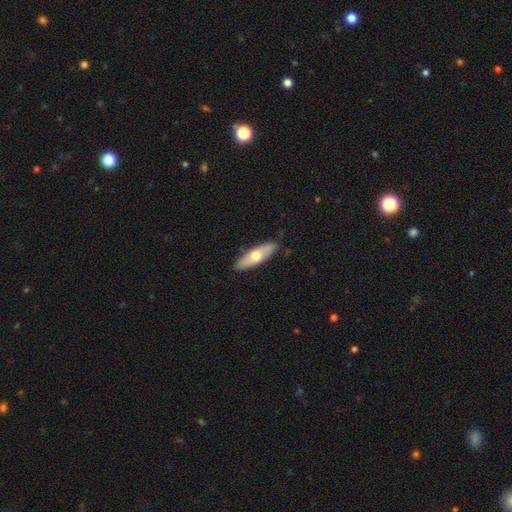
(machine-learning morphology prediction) A smooth galaxy with no disk features (57%) that is cigar-shaped (53%).

Vote fractions:
- Smooth or featured? smooth: 57% / featured or disk: 37% / star or artifact: 5%
- How rounded? cigar-shaped: 53% / in between: 45% / round: 2%
- Merging? none: 86% / minor disturbance: 11% / major disturbance: 2% / merger: 1%